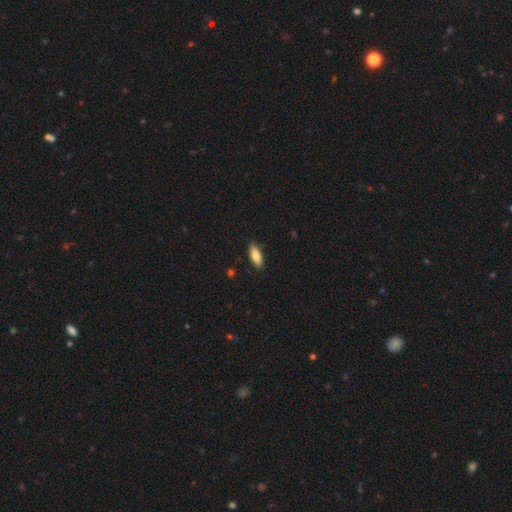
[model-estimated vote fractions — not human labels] The model was most divided on "how rounded": in between: 71%, cigar-shaped: 27%, round: 2%. More confident: merging — none (87%); smooth or featured — smooth (81%).